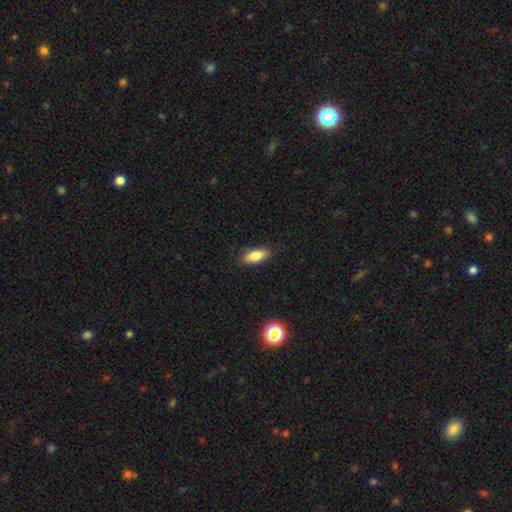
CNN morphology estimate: Smooth or featured?
  - smooth: 81% *
  - featured or disk: 12%
  - star or artifact: 7%
How rounded?
  - in between: 83% *
  - cigar-shaped: 13%
  - round: 3%
Merging?
  - none: 86% *
  - minor disturbance: 11%
  - major disturbance: 2%
  - merger: 1%